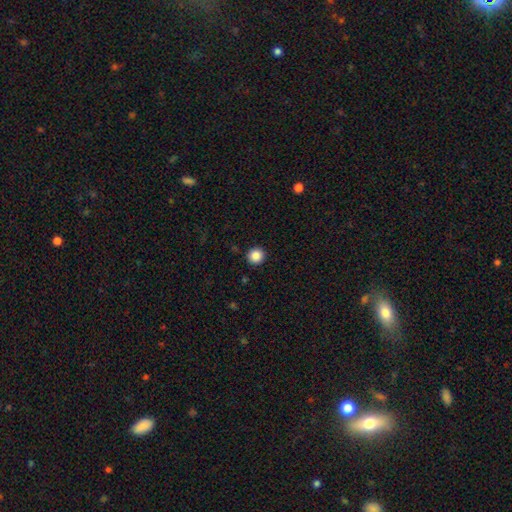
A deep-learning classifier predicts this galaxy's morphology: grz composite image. It shows a smooth galaxy with no disk features (87%) that is round (95%). Merging: none (93%).